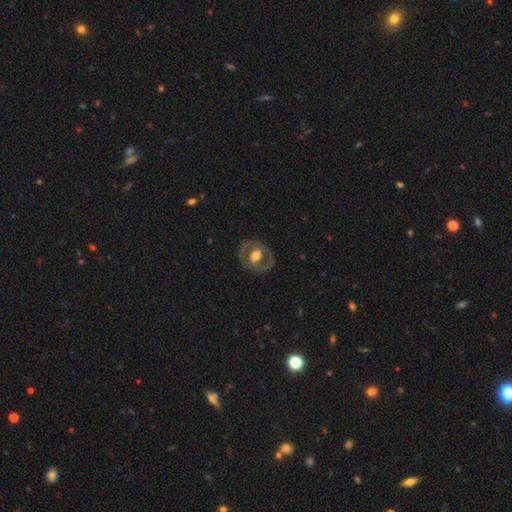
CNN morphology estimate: smooth-or-featured: featured or disk: 67% | smooth: 28% | star or artifact: 6%
  disk-edge-on: no: 95% | yes: 5%
    bar: no: 52% | weak: 33% | strong: 15%
    has-spiral-arms: no: 56% | yes: 44%
    bulge-size: moderate: 60% | large: 27% | small: 9% | dominant: 2% | none: 1%
  merging: none: 78% | minor disturbance: 13% | major disturbance: 7% | merger: 1%